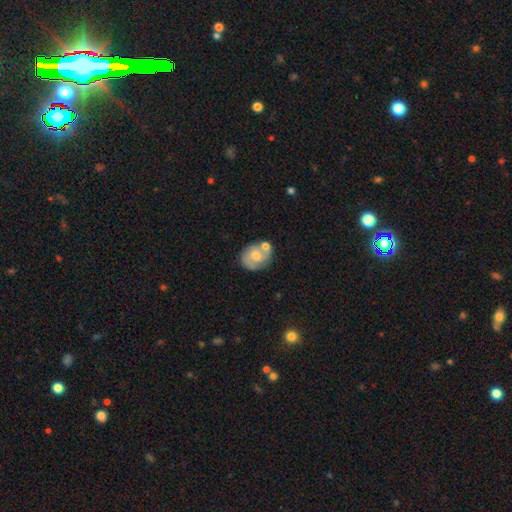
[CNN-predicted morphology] type=featured or disk (57%); edge-on=no (97%); bar=no (64%); spiral arms=yes (78%); bulge=moderate (56%); merging=none (53%).